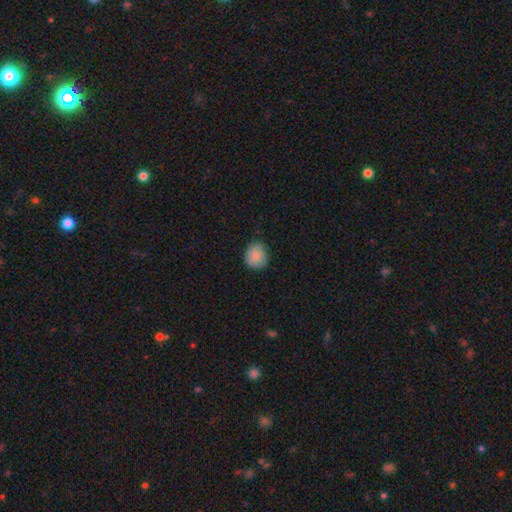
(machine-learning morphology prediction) Smooth or featured? Predicted: smooth (p=0.83). How rounded? Predicted: round (p=0.74). Merging? Predicted: none (p=0.68).